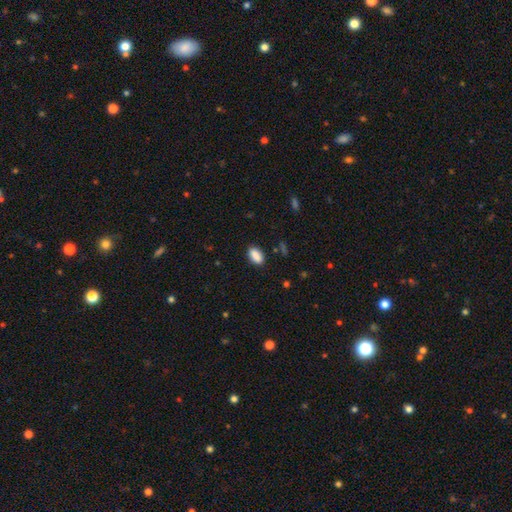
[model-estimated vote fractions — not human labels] Morphology: type=smooth (89%); roundness=in between (92%); merging=none (86%).